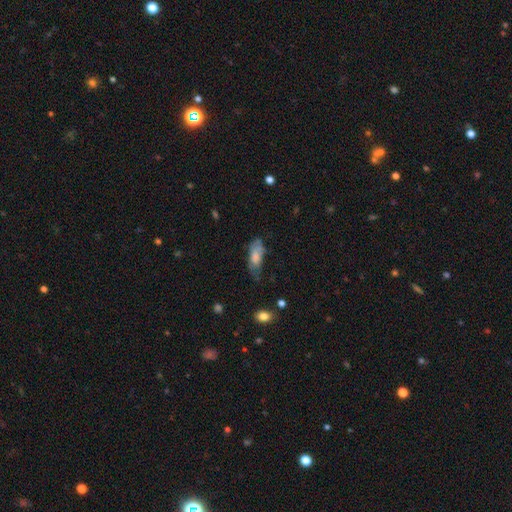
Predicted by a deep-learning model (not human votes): Smooth or featured? Predicted: smooth (p=0.67). How rounded? Predicted: in between (p=0.77). Merging? Predicted: none (p=0.37).